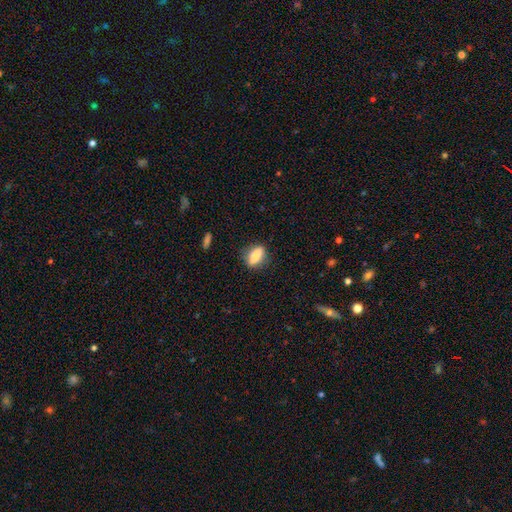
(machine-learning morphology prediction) This is likely a smooth galaxy (75%). How rounded: likely in between (63%). Merging: clearly none (82%).